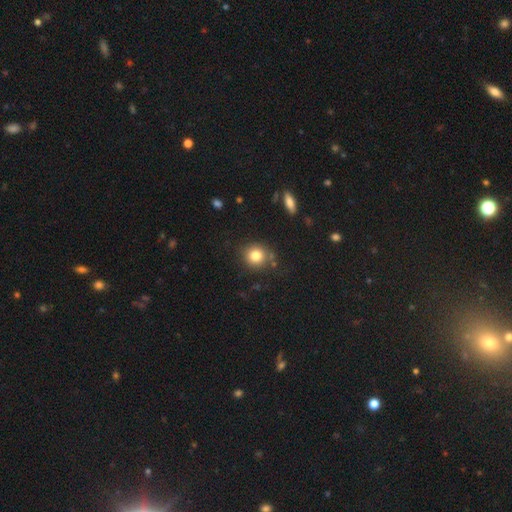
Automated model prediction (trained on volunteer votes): smooth_or_featured: smooth (p=0.81) [alt: star or artifact p=0.11]
how_rounded: round (p=0.88) [alt: in between p=0.11]
merging: none (p=0.81) [alt: minor disturbance p=0.11]